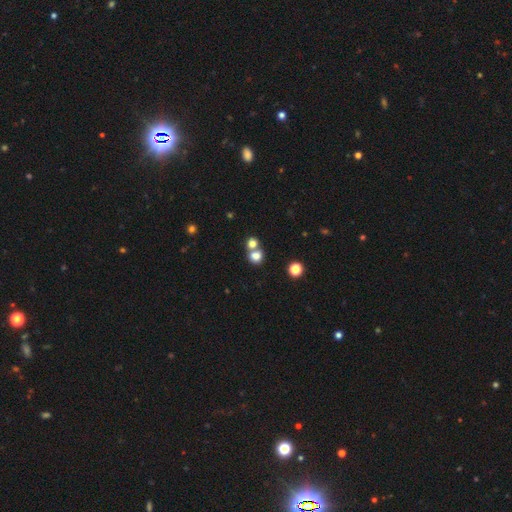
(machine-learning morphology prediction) Q: Smooth or featured?
A: smooth (77%); runner-up: star or artifact (14%)
Q: How rounded?
A: round (76%); runner-up: in between (23%)
Q: Merging?
A: none (47%); runner-up: merger (43%)